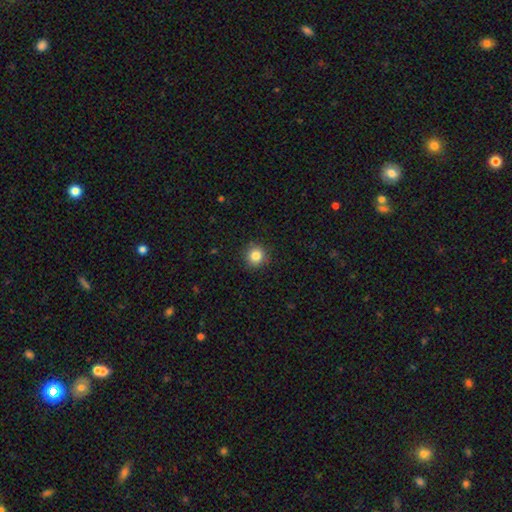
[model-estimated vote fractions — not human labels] Overall: smooth (84%). How rounded: round (94%). Merging: none (91%).